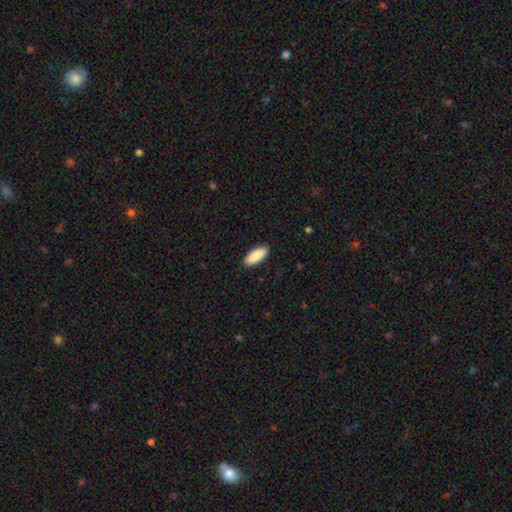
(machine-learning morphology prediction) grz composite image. It shows a smooth galaxy with no disk features (89%) that is in between round and cigar-shaped (77%). Merging: none (90%).